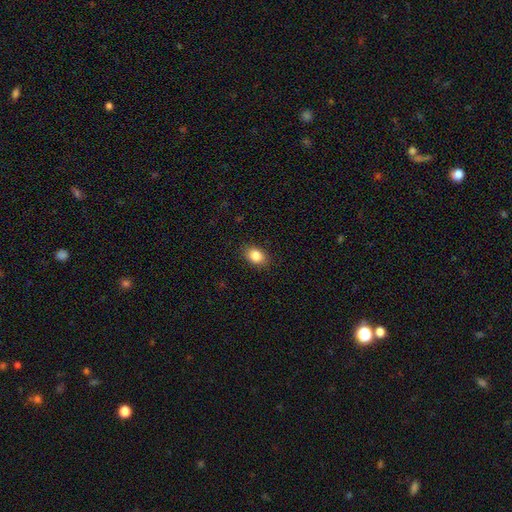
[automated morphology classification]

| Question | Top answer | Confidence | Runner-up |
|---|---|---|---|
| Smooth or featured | smooth | 85% | star or artifact (9%) |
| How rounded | in between | 72% | round (27%) |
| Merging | none | 88% | minor disturbance (9%) |